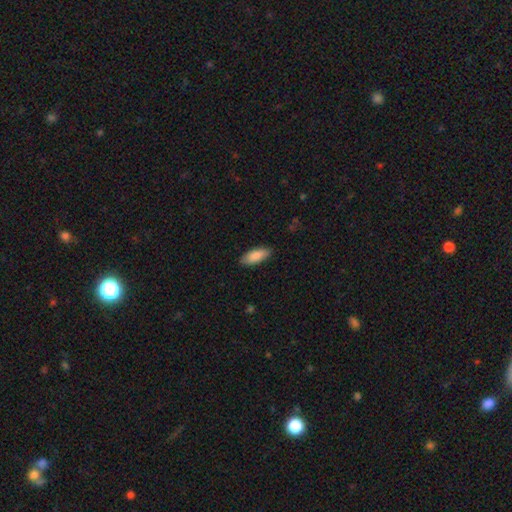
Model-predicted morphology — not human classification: smooth 88%, featured or disk 7%, star or artifact 5%. Down the decision tree: how rounded — in between (76%); merging — none (87%).